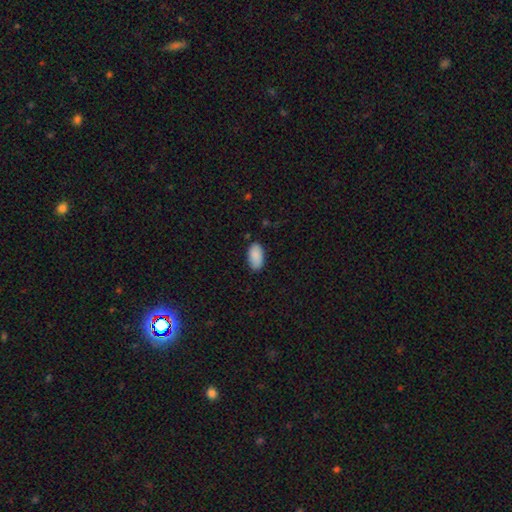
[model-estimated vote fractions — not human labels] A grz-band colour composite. It shows a smooth galaxy with no disk features (90%) that is in between round and cigar-shaped (95%). Merging: none (84%).